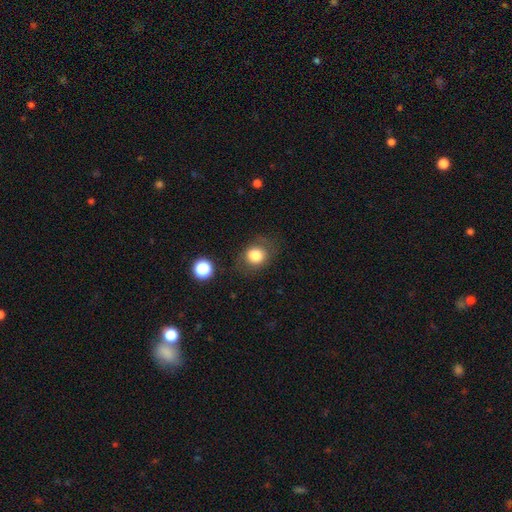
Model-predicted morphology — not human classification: smooth_or_featured: smooth (p=0.80) [alt: featured or disk p=0.10]
how_rounded: round (p=0.64) [alt: in between p=0.35]
merging: none (p=0.72) [alt: minor disturbance p=0.17]